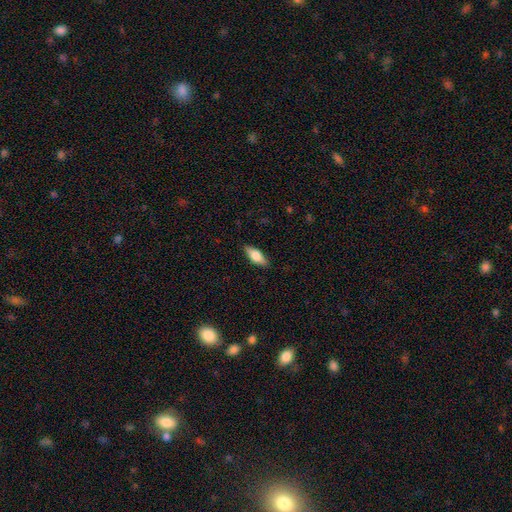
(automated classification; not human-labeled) A smooth galaxy with no disk features (69%) that is in between round and cigar-shaped (75%). Merging: none (87%).